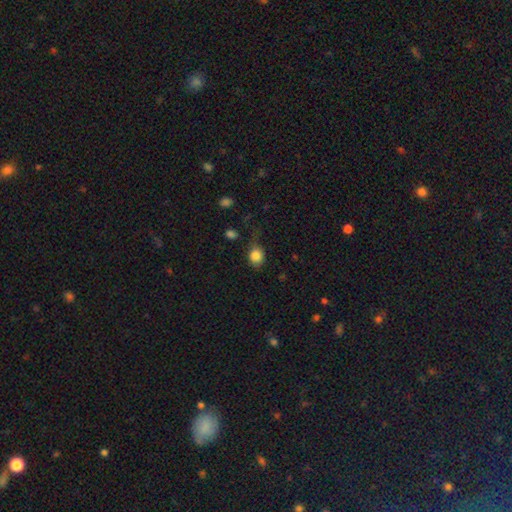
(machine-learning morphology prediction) The model was most divided on "merging": none: 57%, minor disturbance: 29%, major disturbance: 12%, merger: 3%. More confident: smooth or featured — smooth (84%); how rounded — round (65%).